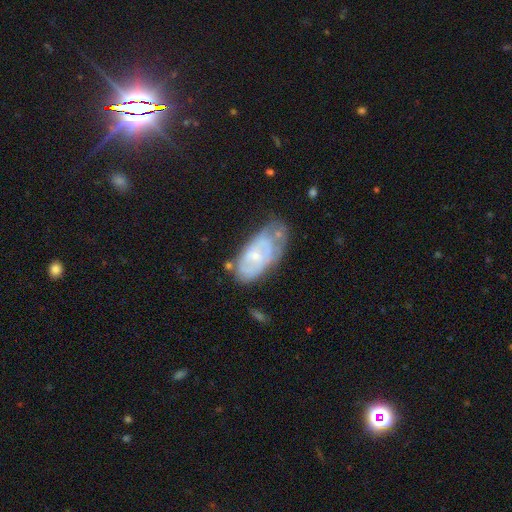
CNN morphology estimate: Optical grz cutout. It shows a featured or disk galaxy (61%) with no bar (76%), spiral arms (62%) and a small central bulge (68%). Merging: none (46%).